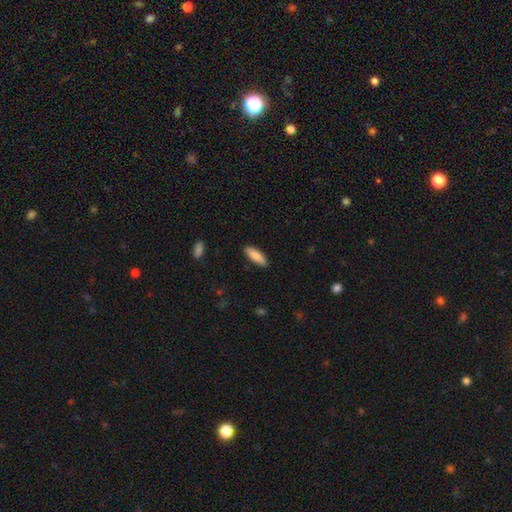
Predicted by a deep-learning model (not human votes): Overall: smooth (86%). How rounded: in between (55%; cigar-shaped 44%). Merging: none (88%).